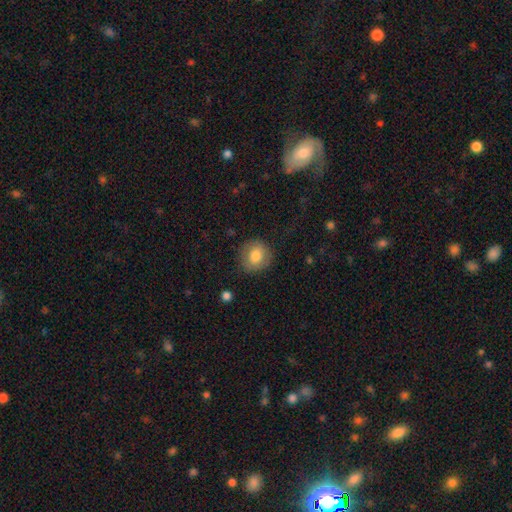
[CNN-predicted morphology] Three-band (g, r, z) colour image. It shows a smooth galaxy with no disk features (78%) that is round (86%). Merging: none (84%).